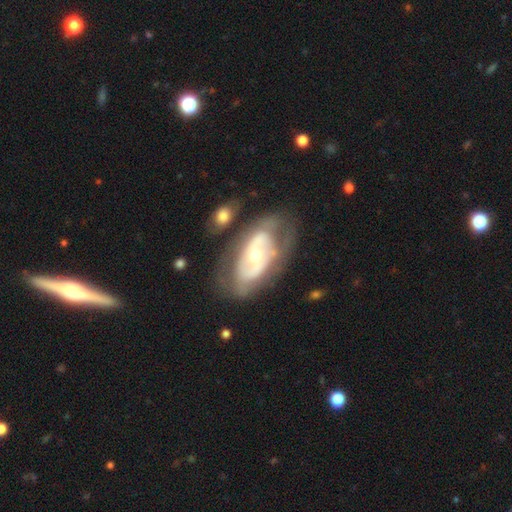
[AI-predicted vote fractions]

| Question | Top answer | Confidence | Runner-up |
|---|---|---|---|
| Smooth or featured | featured or disk | 75% | smooth (19%) |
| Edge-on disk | no | 93% | yes (7%) |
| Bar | no | 62% | weak (25%) |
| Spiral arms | yes | 59% | no (41%) |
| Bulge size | moderate | 51% | small (43%) |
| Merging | none | 64% | minor disturbance (19%) |